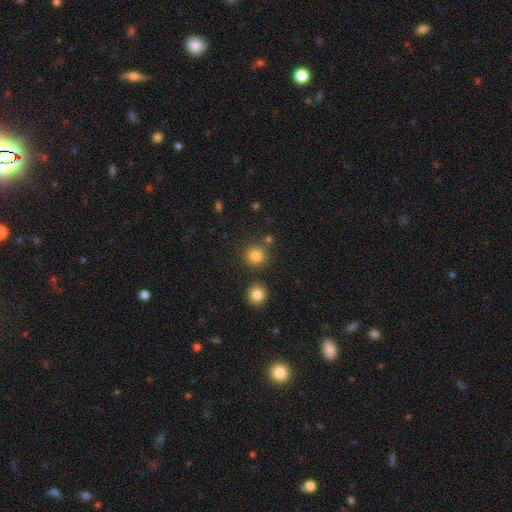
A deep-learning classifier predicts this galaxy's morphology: Overall: smooth (83%). How rounded: round (92%). Merging: none (83%).